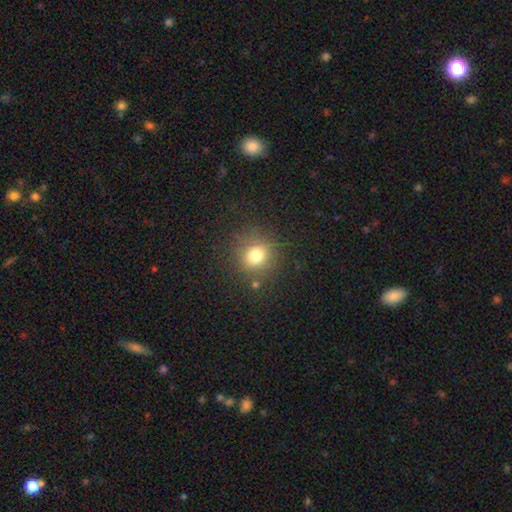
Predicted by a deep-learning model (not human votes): Q: Smooth or featured?
A: smooth (77%); runner-up: star or artifact (16%)
Q: How rounded?
A: round (85%); runner-up: in between (14%)
Q: Merging?
A: none (83%); runner-up: minor disturbance (10%)